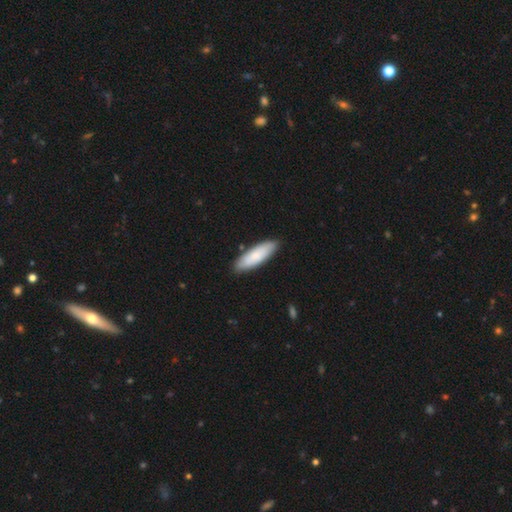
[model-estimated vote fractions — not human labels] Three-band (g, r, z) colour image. It shows a smooth galaxy with no disk features (78%) that is in between round and cigar-shaped (51%). Merging: none (85%).